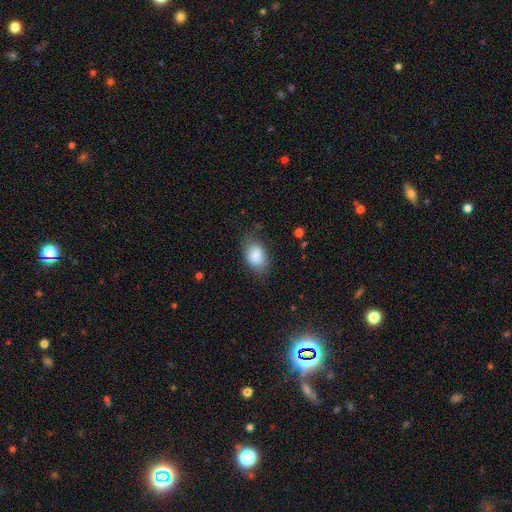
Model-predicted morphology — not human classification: smooth 86%, star or artifact 7%, featured or disk 7%. Down the decision tree: how rounded — in between (84%); merging — none (73%).